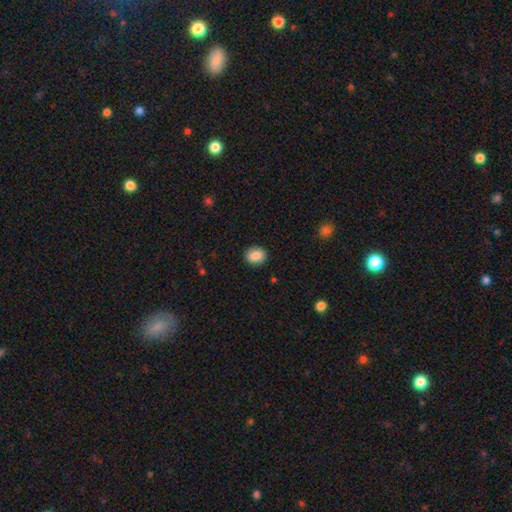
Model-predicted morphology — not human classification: The model was most divided on "how rounded": round: 52%, in between: 47%, cigar-shaped: 1%. More confident: merging — none (89%); smooth or featured — smooth (87%).